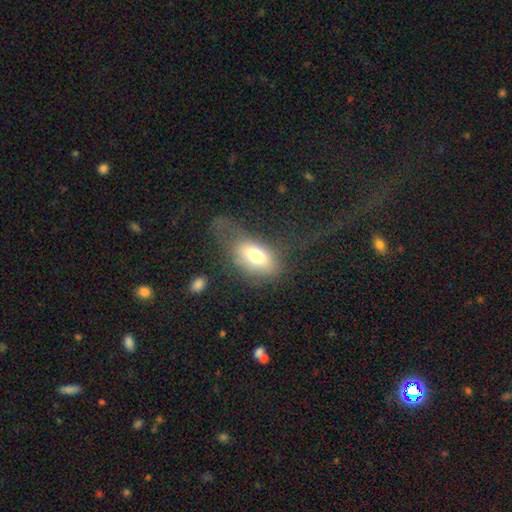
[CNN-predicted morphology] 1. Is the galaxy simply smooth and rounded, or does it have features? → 69% smooth, 23% featured or disk, 8% star or artifact.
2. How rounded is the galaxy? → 87% in between, 7% round, 5% cigar-shaped.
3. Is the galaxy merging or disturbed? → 43% major disturbance, 34% none, 20% minor disturbance, 3% merger.